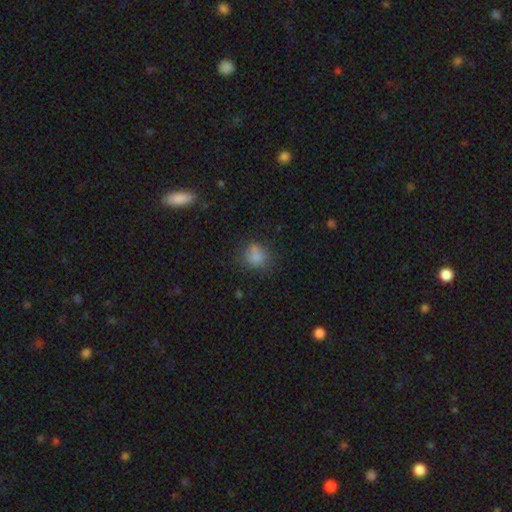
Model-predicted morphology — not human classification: Smooth or featured? Predicted: smooth (p=0.78). How rounded? Predicted: round (p=0.74). Merging? Predicted: none (p=0.68).